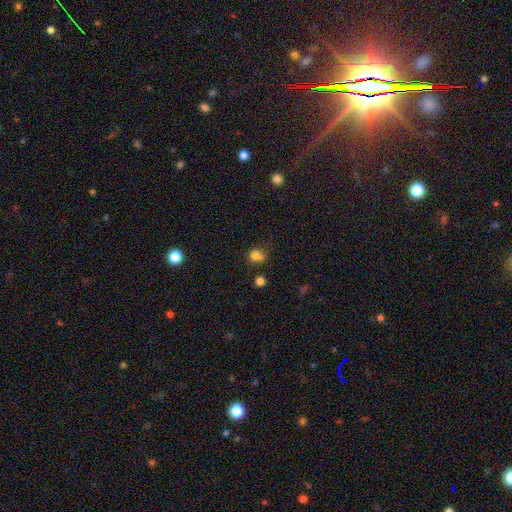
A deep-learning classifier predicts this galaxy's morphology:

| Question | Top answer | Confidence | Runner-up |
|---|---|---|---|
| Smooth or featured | smooth | 77% | star or artifact (15%) |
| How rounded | round | 69% | in between (30%) |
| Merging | none | 52% | minor disturbance (27%) |